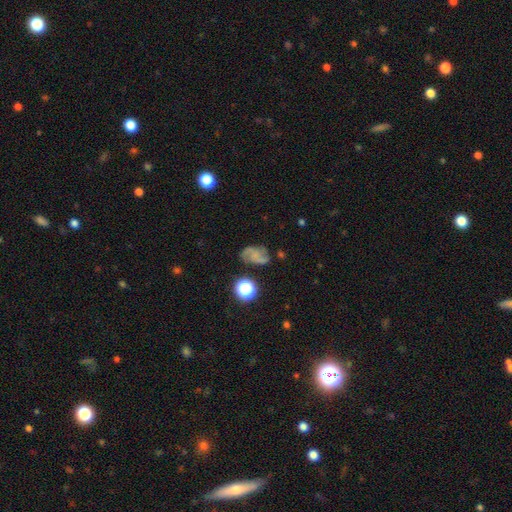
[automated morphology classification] A featured or disk galaxy (58%) with no bar (63%), spiral arms (88%) and no central bulge (69%).

Vote fractions:
- Smooth or featured? featured or disk: 58% / smooth: 27% / star or artifact: 16%
- Edge-on disk? no: 97% / yes: 3%
- Bar? no: 63% / weak: 28% / strong: 9%
- Spiral arms? yes: 88% / no: 12%
- Bulge size? none: 69% / small: 19% / moderate: 7% / large: 3% / dominant: 2%
- Merging? none: 62% / minor disturbance: 21% / major disturbance: 12% / merger: 4%